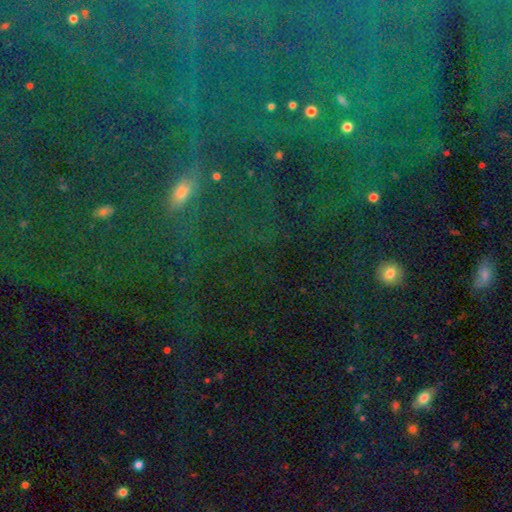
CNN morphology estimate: Overall: star or artifact (64%).